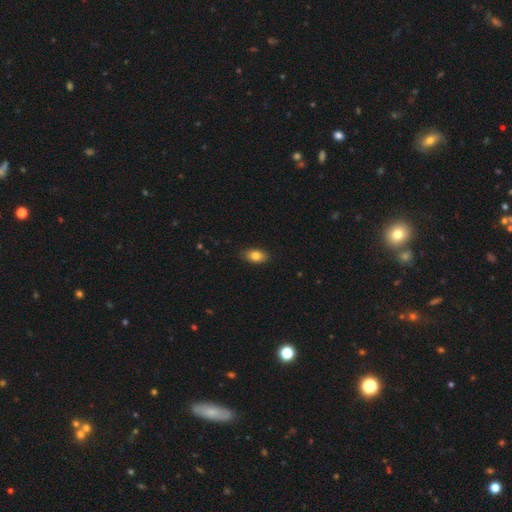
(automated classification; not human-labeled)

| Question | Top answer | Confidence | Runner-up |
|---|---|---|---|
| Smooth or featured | smooth | 82% | featured or disk (10%) |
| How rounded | in between | 89% | round (9%) |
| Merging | none | 87% | minor disturbance (10%) |